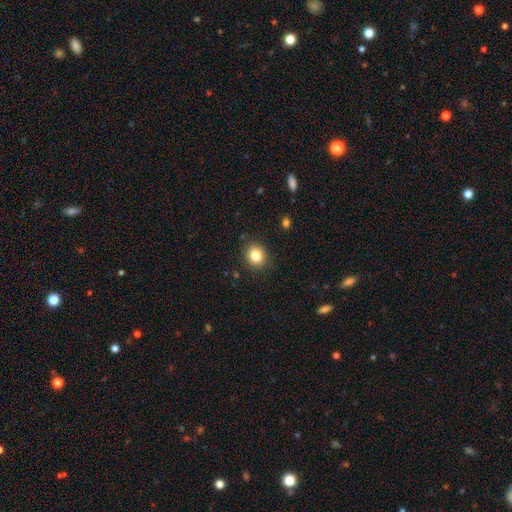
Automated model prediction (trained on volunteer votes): Morphology: type=smooth (84%); roundness=round (70%); merging=none (88%).